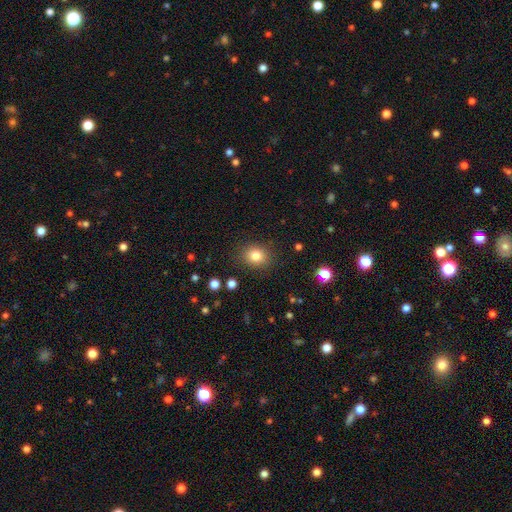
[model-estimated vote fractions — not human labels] Smooth or featured: smooth — 82% (star or artifact — 11%)
How rounded: round — 66% (in between — 33%)
Merging: none — 87% (minor disturbance — 9%)